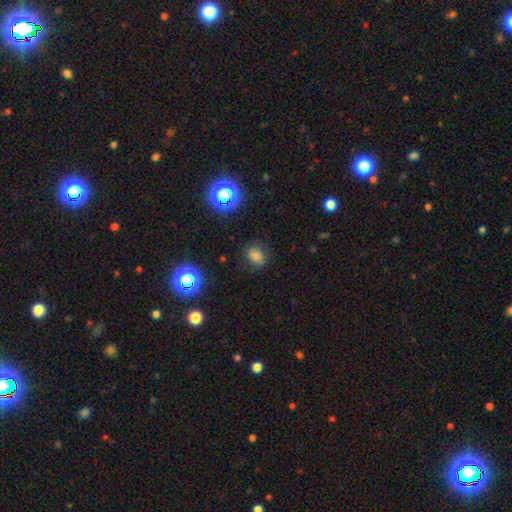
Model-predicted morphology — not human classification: smooth_or_featured: smooth (p=0.71) [alt: star or artifact p=0.19]
how_rounded: in between (p=0.62) [alt: round p=0.37]
merging: none (p=0.71) [alt: minor disturbance p=0.20]